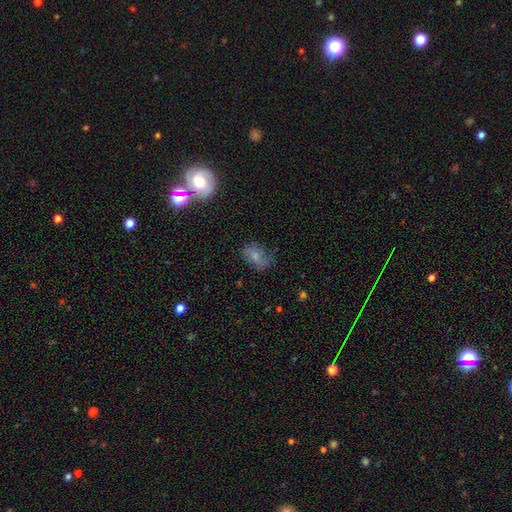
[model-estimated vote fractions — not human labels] Q: Smooth or featured?
A: smooth (66%); runner-up: featured or disk (23%)
Q: How rounded?
A: in between (81%); runner-up: round (17%)
Q: Merging?
A: none (53%); runner-up: minor disturbance (30%)